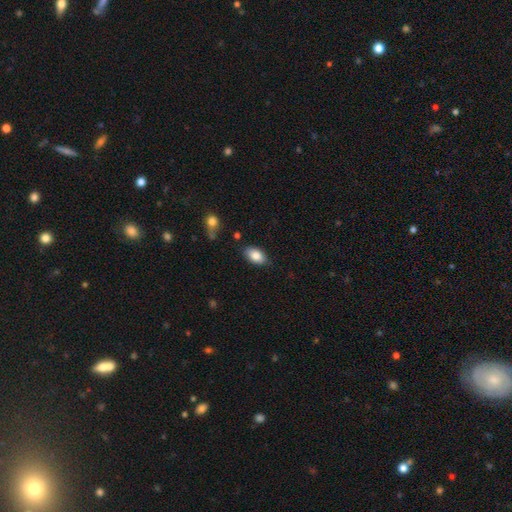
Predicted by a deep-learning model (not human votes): smooth-or-featured: smooth: 85% | featured or disk: 8% | star or artifact: 7%
  how-rounded: in between: 92% | round: 6% | cigar-shaped: 2%
  merging: none: 84% | minor disturbance: 12% | major disturbance: 3% | merger: 2%